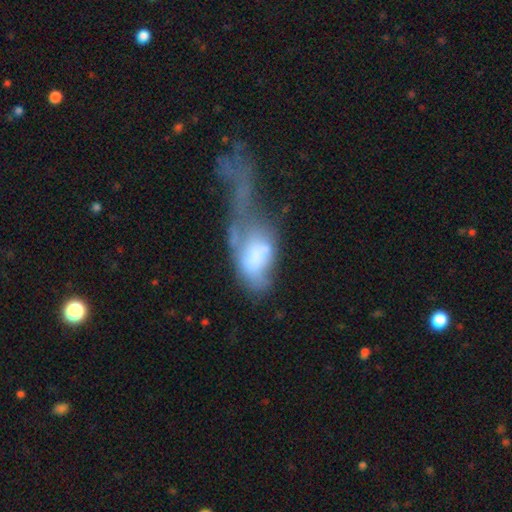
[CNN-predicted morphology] A smooth galaxy with no disk features (55%) that is in between round and cigar-shaped (90%).

Vote fractions:
- Smooth or featured? smooth: 55% / featured or disk: 36% / star or artifact: 9%
- How rounded? in between: 90% / round: 6% / cigar-shaped: 4%
- Merging? major disturbance: 49% / merger: 35% / minor disturbance: 9% / none: 7%